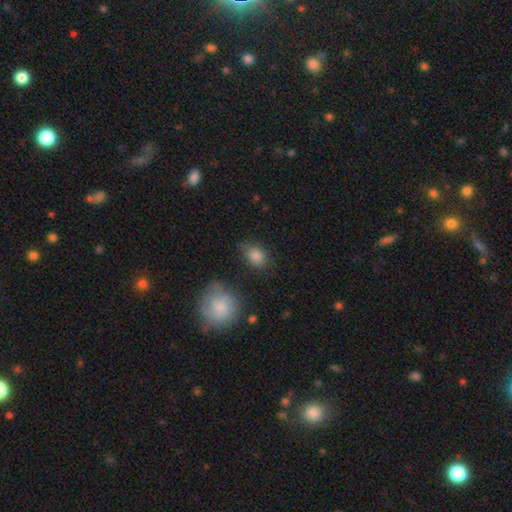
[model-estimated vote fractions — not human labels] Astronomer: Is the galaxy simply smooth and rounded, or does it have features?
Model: smooth — 84%.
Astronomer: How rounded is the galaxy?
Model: in between — 70%.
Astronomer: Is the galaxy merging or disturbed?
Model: none — 71%.